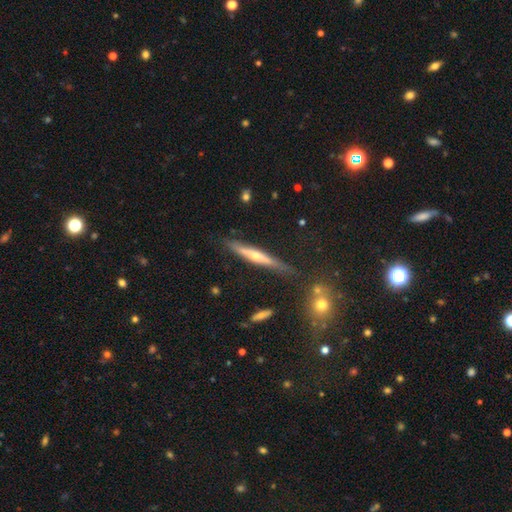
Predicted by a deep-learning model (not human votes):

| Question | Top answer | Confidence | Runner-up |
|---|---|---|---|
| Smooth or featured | featured or disk | 68% | smooth (23%) |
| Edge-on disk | yes | 95% | no (5%) |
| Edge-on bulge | rounded | 80% | none (16%) |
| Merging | none | 84% | minor disturbance (11%) |